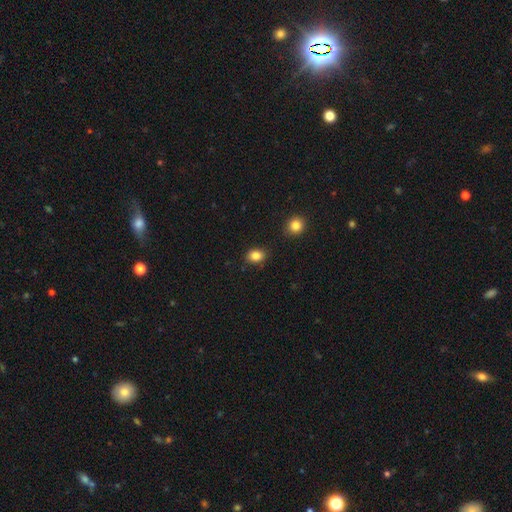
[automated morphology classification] Smooth or featured? smooth (85%)
How rounded? in between (64%)
Merging? none (84%)